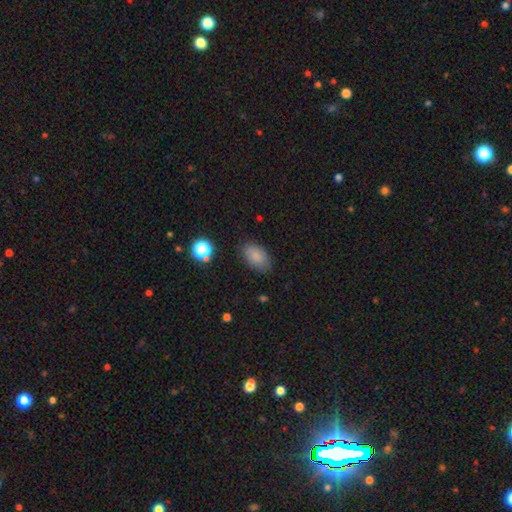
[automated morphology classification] Smooth or featured? smooth (83%)
How rounded? in between (91%)
Merging? none (82%)